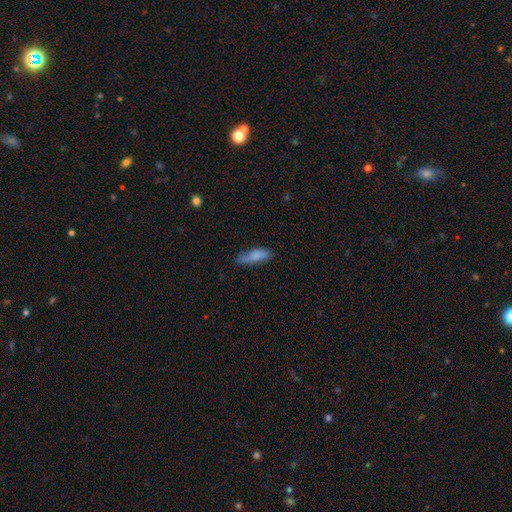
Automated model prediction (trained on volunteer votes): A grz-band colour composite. It shows a smooth galaxy with no disk features (79%) that is in between round and cigar-shaped (50%). Merging: none (57%).